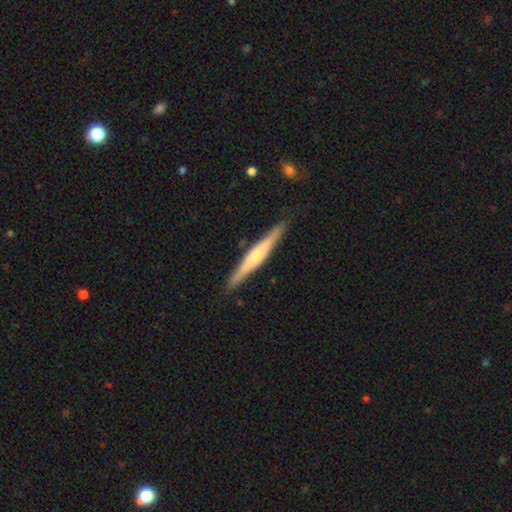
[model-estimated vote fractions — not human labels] A featured or disk galaxy (68%) viewed edge-on (97%) with a rounded central bulge (73%).

Vote fractions:
- Smooth or featured? featured or disk: 68% / smooth: 26% / star or artifact: 6%
- Edge-on disk? yes: 97% / no: 3%
- Edge-on bulge? rounded: 73% / none: 19% / boxy: 9%
- Merging? none: 89% / minor disturbance: 8% / major disturbance: 1% / merger: 1%